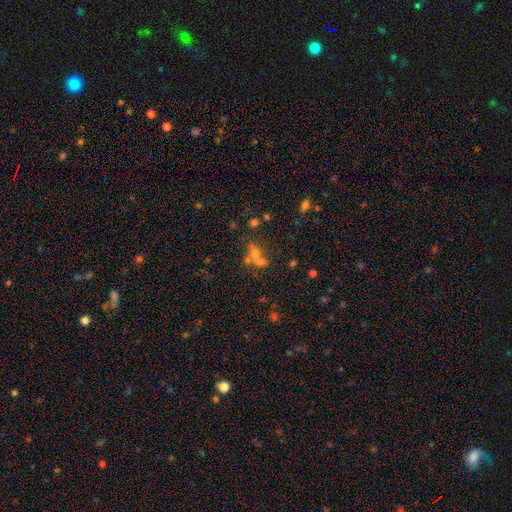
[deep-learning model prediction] Smooth or featured? Predicted: smooth (p=0.51). How rounded? Predicted: in between (p=0.50). Merging? Predicted: merger (p=0.48).